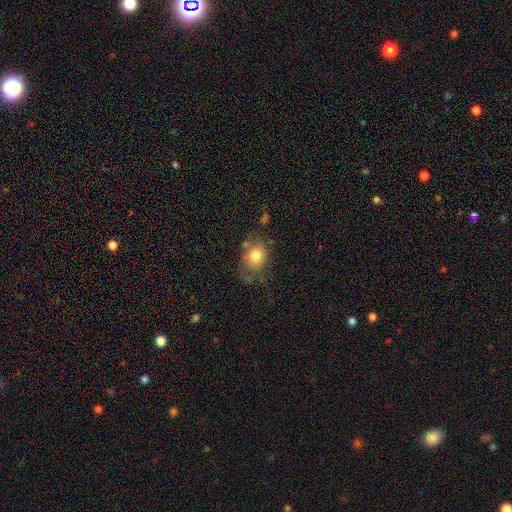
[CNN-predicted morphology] A smooth galaxy with no disk features (75%) that is in between round and cigar-shaped (55%). Merging: none (54%).